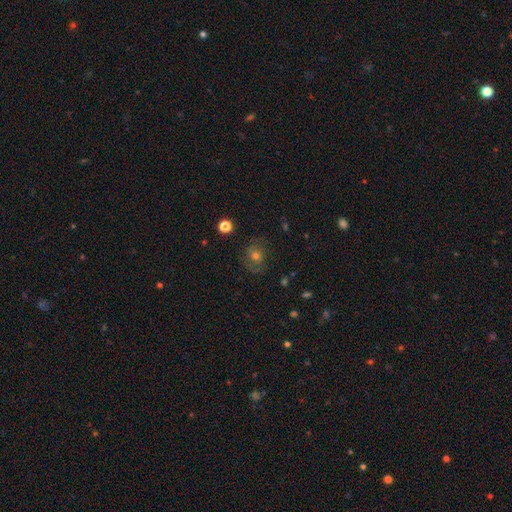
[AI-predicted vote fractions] Overall: smooth (52%; featured or disk 28%). How rounded: round (76%). Merging: none (74%).